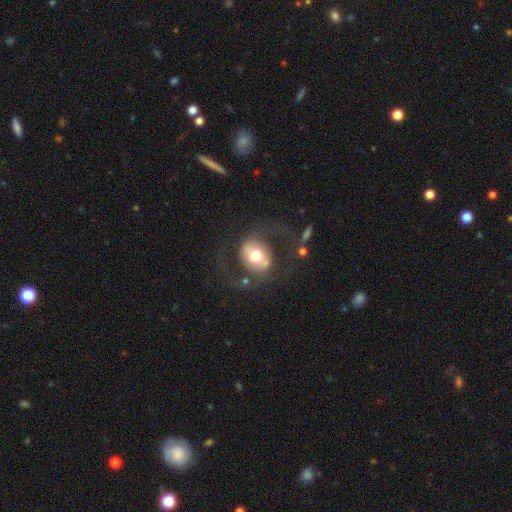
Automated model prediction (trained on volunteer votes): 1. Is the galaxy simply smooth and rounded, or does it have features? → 54% featured or disk, 38% smooth, 7% star or artifact.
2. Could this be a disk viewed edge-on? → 95% no, 5% yes.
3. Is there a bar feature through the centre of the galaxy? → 51% no, 28% weak, 21% strong.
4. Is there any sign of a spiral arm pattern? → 57% yes, 43% no.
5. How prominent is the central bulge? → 66% moderate, 20% large, 9% small, 4% dominant, 1% none.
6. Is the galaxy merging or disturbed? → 61% none, 19% major disturbance, 14% minor disturbance, 6% merger.